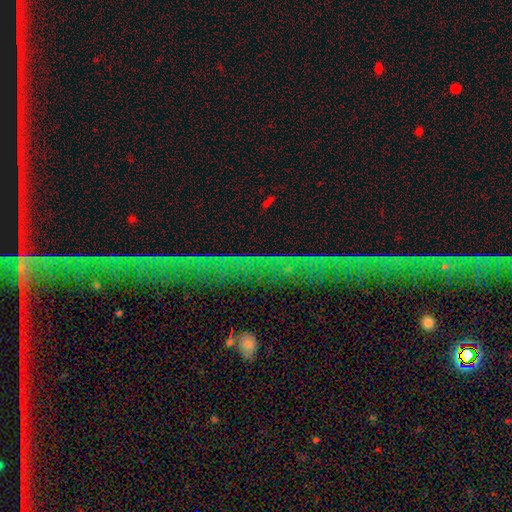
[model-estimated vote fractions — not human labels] Overall: star or artifact (73%).